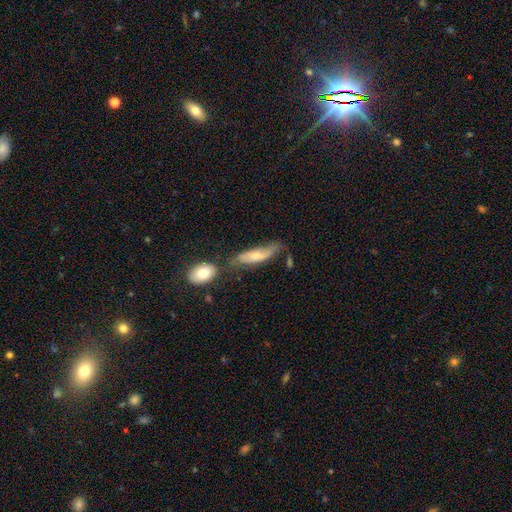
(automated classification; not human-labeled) Smooth or featured?
  - smooth: 52% *
  - featured or disk: 41%
  - star or artifact: 7%
How rounded?
  - cigar-shaped: 53% *
  - in between: 44%
  - round: 2%
Merging?
  - none: 42% *
  - minor disturbance: 29%
  - merger: 15%
  - major disturbance: 14%